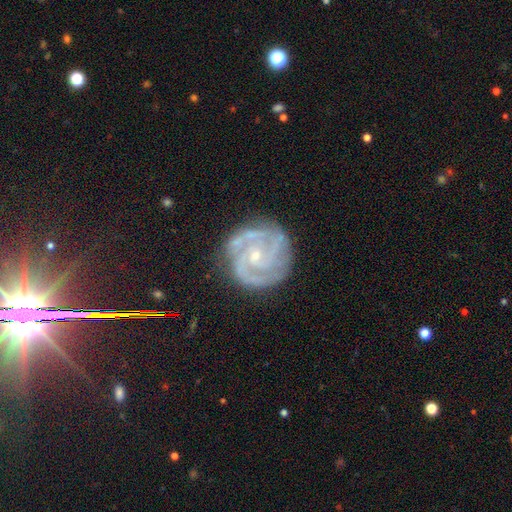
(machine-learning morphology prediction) smooth_or_featured: featured or disk (p=0.89) [alt: smooth p=0.06]
disk_edge_on: no (p=0.98) [alt: yes p=0.02]
bar: no (p=0.60) [alt: weak p=0.32]
has_spiral_arms: yes (p=0.98) [alt: no p=0.02]
spiral_winding: tight (p=0.65) [alt: medium p=0.31]
spiral_arm_count: 3 (p=0.37) [alt: 2 p=0.34]
bulge_size: small (p=0.73) [alt: moderate p=0.23]
merging: none (p=0.78) [alt: minor disturbance p=0.16]